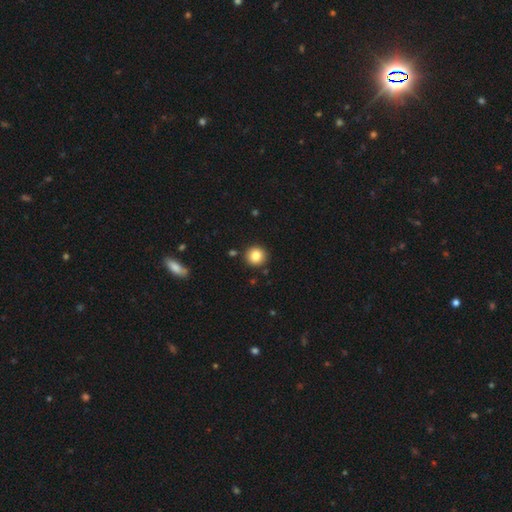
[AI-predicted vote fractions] Overall: smooth (84%). How rounded: round (94%). Merging: none (90%).